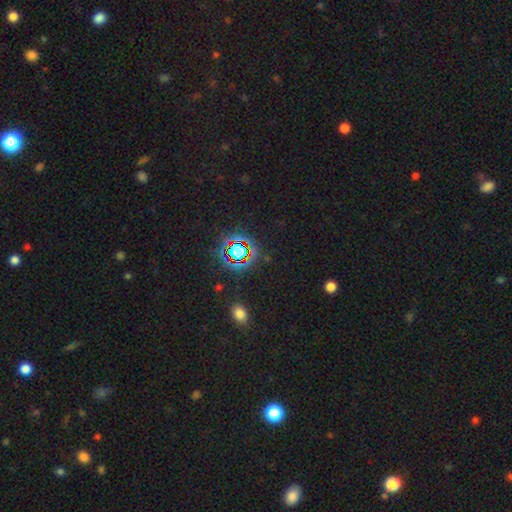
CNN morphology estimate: Smooth or featured? Predicted: star or artifact (p=0.77).